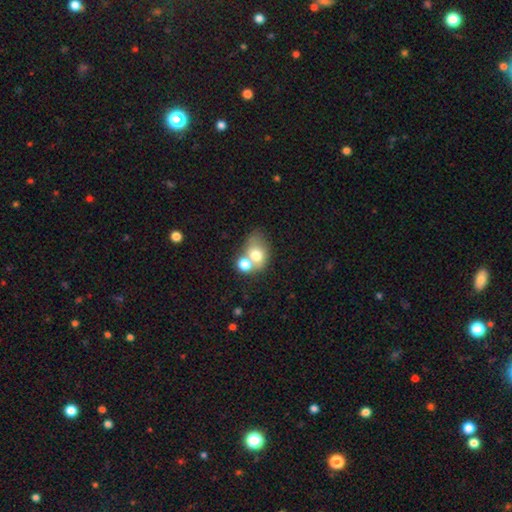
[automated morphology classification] Overall: smooth (71%). How rounded: in between (61%; round 38%). Merging: merger (49%; none 33%).